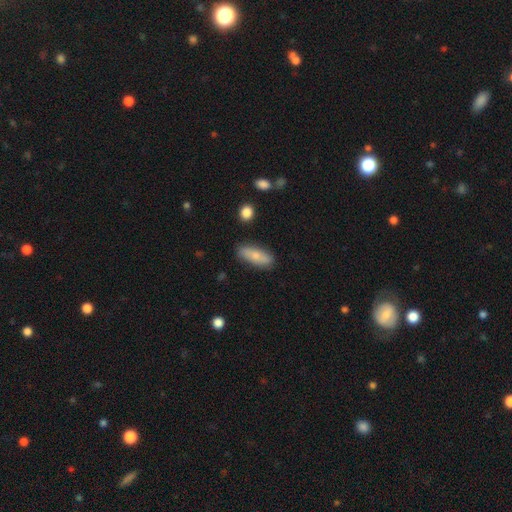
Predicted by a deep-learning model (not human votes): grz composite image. It shows a smooth galaxy with no disk features (71%) that is in between round and cigar-shaped (65%). Merging: none (82%).